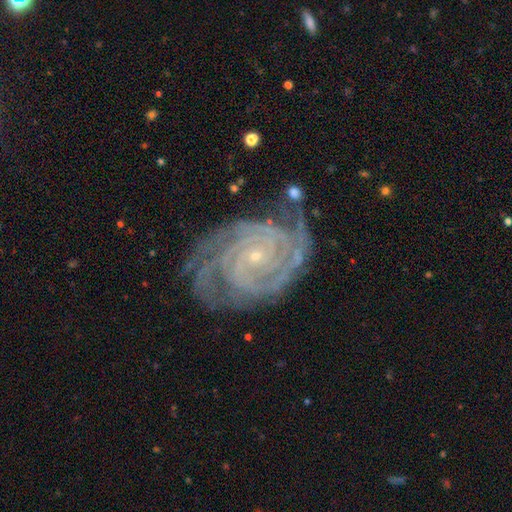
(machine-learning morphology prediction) featured or disk 91%, star or artifact 6%, smooth 3%. Down the decision tree: edge-on disk — no (98%); bar — no (72%); spiral arms — yes (99%); spiral arm count — 3 (26%); spiral winding — tight (79%); bulge size — small (89%); merging — none (71%).